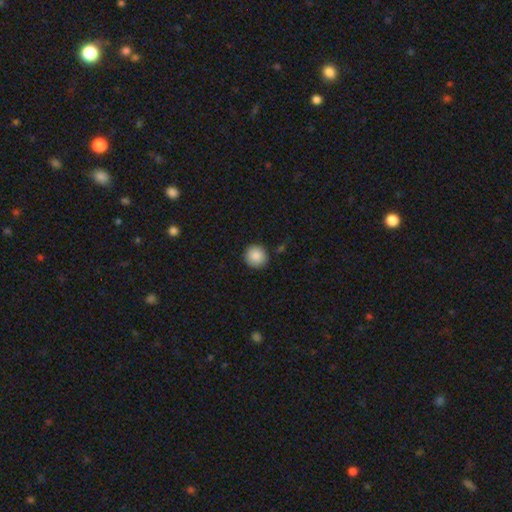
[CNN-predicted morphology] smooth_or_featured: smooth (p=0.88) [alt: star or artifact p=0.08]
how_rounded: round (p=0.94) [alt: in between p=0.05]
merging: none (p=0.90) [alt: minor disturbance p=0.07]